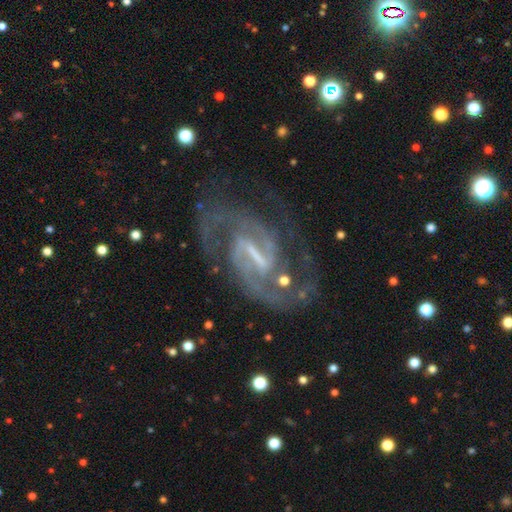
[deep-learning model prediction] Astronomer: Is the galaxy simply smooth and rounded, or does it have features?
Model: featured or disk — 92%.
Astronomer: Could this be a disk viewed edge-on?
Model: no — 97%.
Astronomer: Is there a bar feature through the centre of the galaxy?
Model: strong — 57% (runner-up: weak, 35%).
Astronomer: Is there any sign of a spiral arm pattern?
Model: yes — 98%.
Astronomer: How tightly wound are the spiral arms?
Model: medium — 57%.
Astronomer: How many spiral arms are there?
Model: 2 — 86%.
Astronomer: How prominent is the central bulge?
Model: none — 43% (runner-up: small, 40%).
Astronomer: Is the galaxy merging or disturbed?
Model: none — 67%.